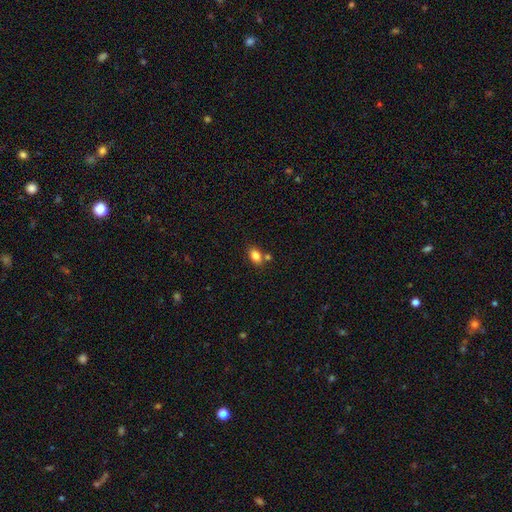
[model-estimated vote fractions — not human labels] smooth-or-featured: smooth: 83% | star or artifact: 10% | featured or disk: 8%
  how-rounded: in between: 83% | round: 15% | cigar-shaped: 2%
  merging: none: 66% | merger: 18% | minor disturbance: 12% | major disturbance: 3%